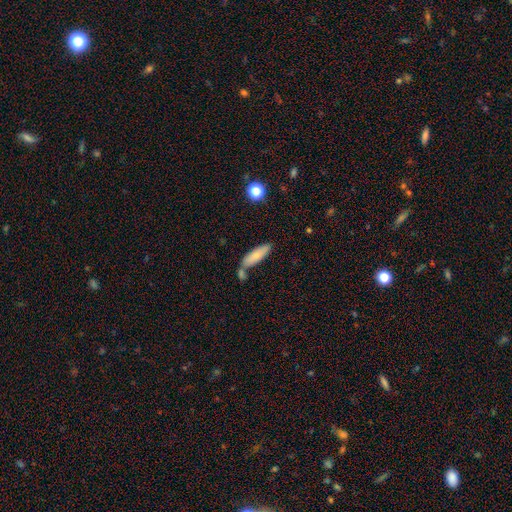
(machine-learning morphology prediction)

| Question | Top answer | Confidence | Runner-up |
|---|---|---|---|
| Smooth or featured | smooth | 78% | featured or disk (15%) |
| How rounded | cigar-shaped | 56% | in between (42%) |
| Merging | none | 56% | merger (23%) |